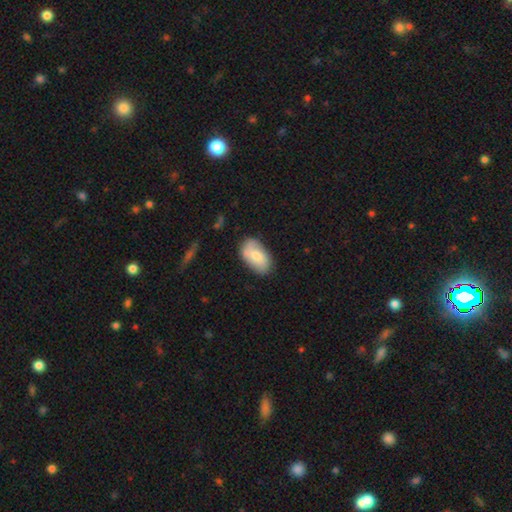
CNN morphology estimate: The model was most divided on "smooth or featured": smooth: 72%, featured or disk: 22%, star or artifact: 6%. More confident: how rounded — in between (93%); merging — none (72%).